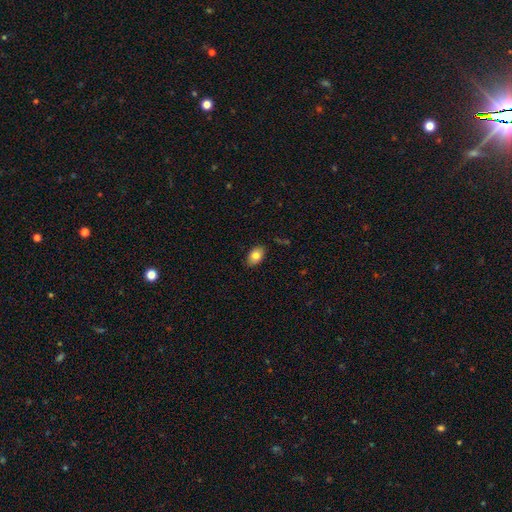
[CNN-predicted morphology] The model was most divided on "smooth or featured": smooth: 83%, featured or disk: 10%, star or artifact: 8%. More confident: how rounded — in between (86%); merging — none (86%).